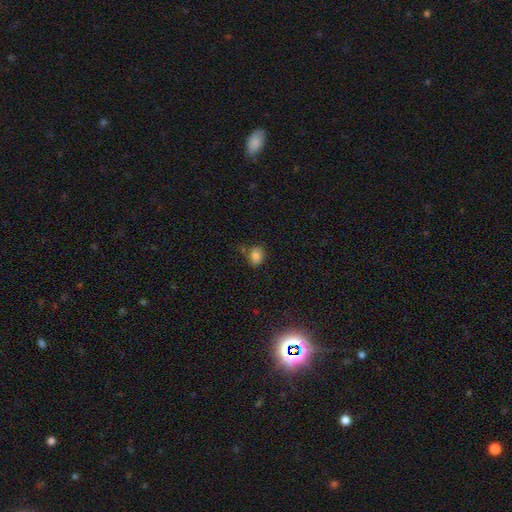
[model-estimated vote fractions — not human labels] Q: Smooth or featured?
A: smooth (81%); runner-up: star or artifact (12%)
Q: How rounded?
A: in between (66%); runner-up: round (33%)
Q: Merging?
A: none (67%); runner-up: minor disturbance (18%)